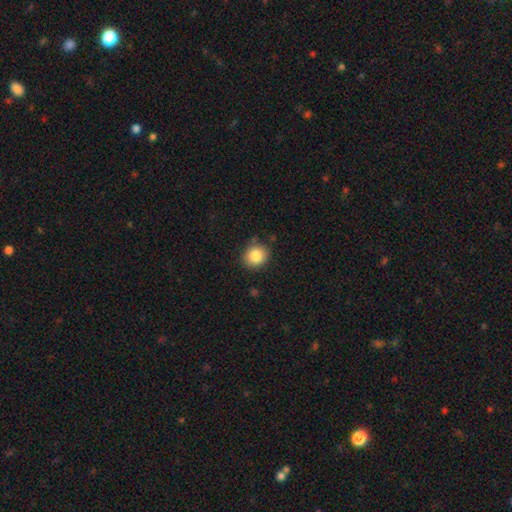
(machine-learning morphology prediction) A smooth galaxy with no disk features (85%) that is round (80%).

Vote fractions:
- Smooth or featured? smooth: 85% / star or artifact: 9% / featured or disk: 6%
- How rounded? round: 80% / in between: 19% / cigar-shaped: 1%
- Merging? none: 85% / minor disturbance: 11% / major disturbance: 3% / merger: 2%